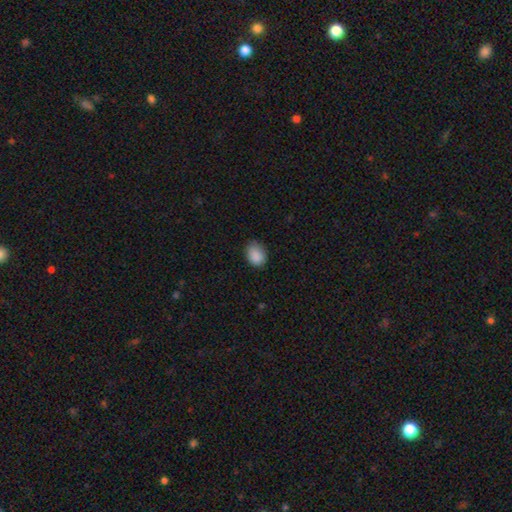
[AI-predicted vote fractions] Smooth or featured?
  - smooth: 88% *
  - star or artifact: 8%
  - featured or disk: 4%
How rounded?
  - in between: 64% *
  - round: 35%
  - cigar-shaped: 1%
Merging?
  - none: 74% *
  - minor disturbance: 22%
  - major disturbance: 4%
  - merger: 1%